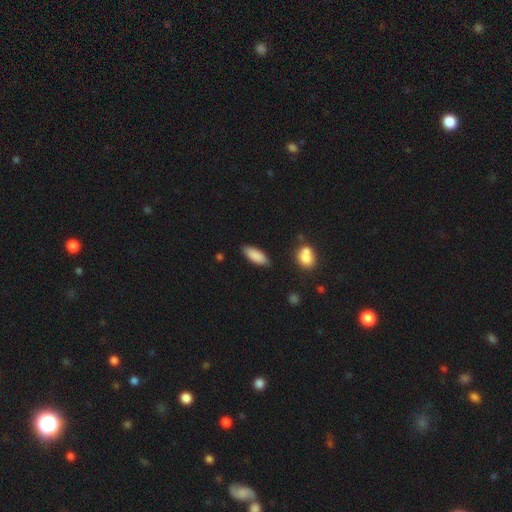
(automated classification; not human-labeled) smooth_or_featured: smooth (p=0.87) [alt: featured or disk p=0.07]
how_rounded: in between (p=0.73) [alt: cigar-shaped p=0.25]
merging: none (p=0.83) [alt: minor disturbance p=0.12]